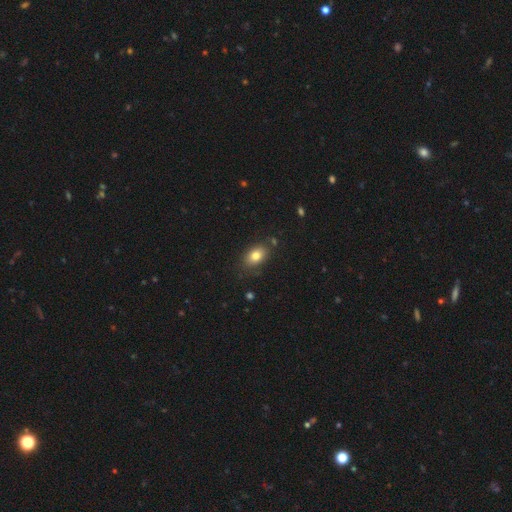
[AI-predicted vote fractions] smooth 81%, featured or disk 10%, star or artifact 9%. Down the decision tree: how rounded — in between (85%); merging — none (80%).